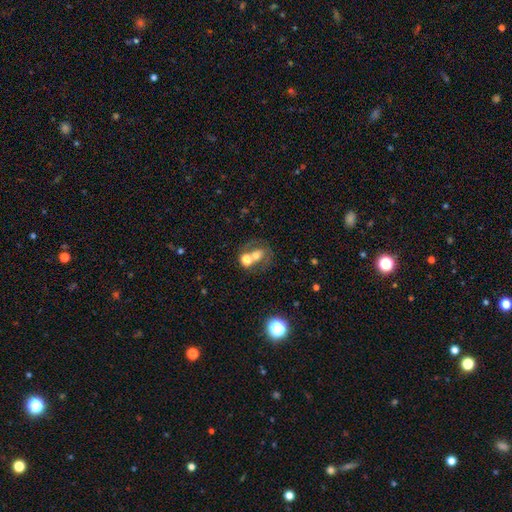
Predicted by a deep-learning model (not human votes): Overall: smooth (50%; featured or disk 34%). How rounded: round (60%; in between 39%). Merging: merger (47%; none 34%).